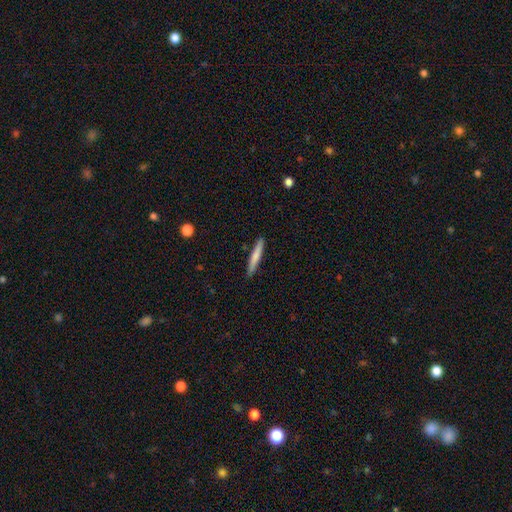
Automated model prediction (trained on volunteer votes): Smooth or featured: smooth — 71% (featured or disk — 24%)
How rounded: cigar-shaped — 94% (in between — 4%)
Merging: none — 90% (minor disturbance — 7%)